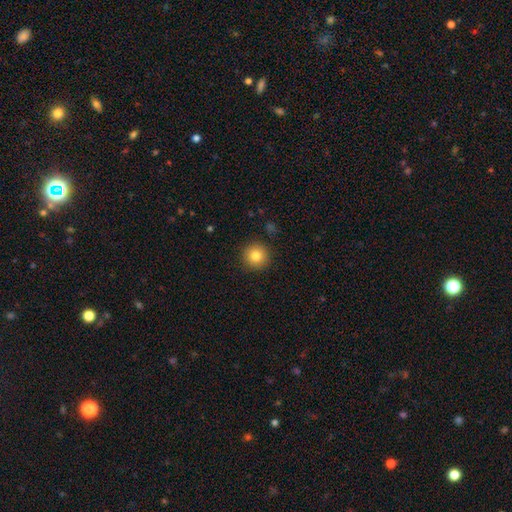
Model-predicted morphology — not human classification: smooth-or-featured: smooth: 82% | star or artifact: 11% | featured or disk: 8%
  how-rounded: round: 95% | in between: 4% | cigar-shaped: 1%
  merging: none: 91% | minor disturbance: 6% | major disturbance: 2% | merger: 1%